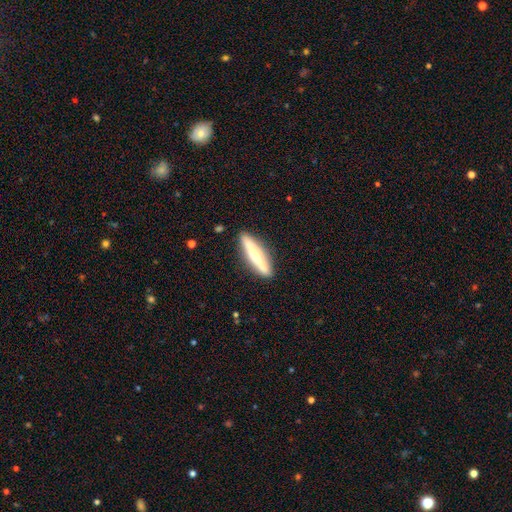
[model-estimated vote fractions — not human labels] Overall: featured or disk (50%; smooth 44%). Edge-on disk: yes (92%). Merging: none (89%).